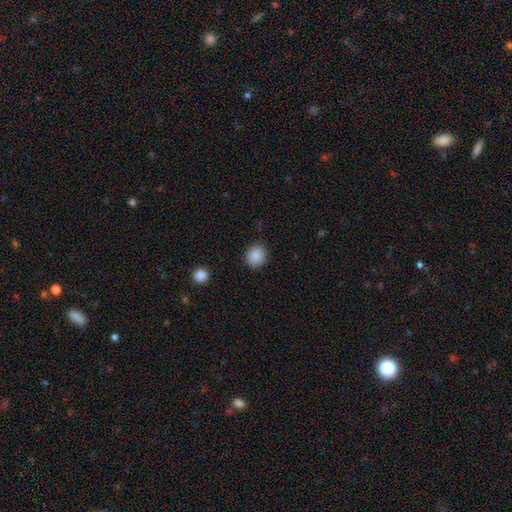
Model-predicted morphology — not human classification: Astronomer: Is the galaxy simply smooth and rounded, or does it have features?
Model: smooth — 88%.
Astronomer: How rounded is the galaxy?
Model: round — 77%.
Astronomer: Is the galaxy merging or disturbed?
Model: none — 89%.